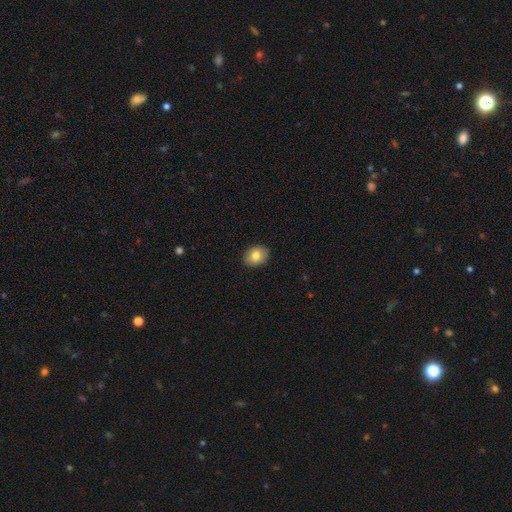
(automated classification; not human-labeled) Q: Smooth or featured?
A: smooth (80%); runner-up: featured or disk (12%)
Q: How rounded?
A: in between (53%); runner-up: round (46%)
Q: Merging?
A: none (90%); runner-up: minor disturbance (8%)